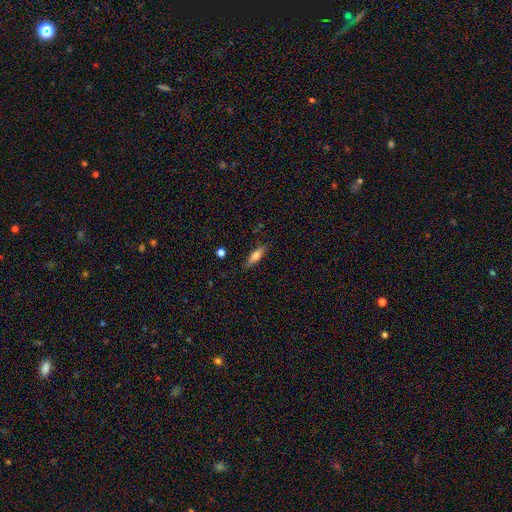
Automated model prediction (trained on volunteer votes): A smooth galaxy with no disk features (68%) that is cigar-shaped (54%). Merging: none (81%).